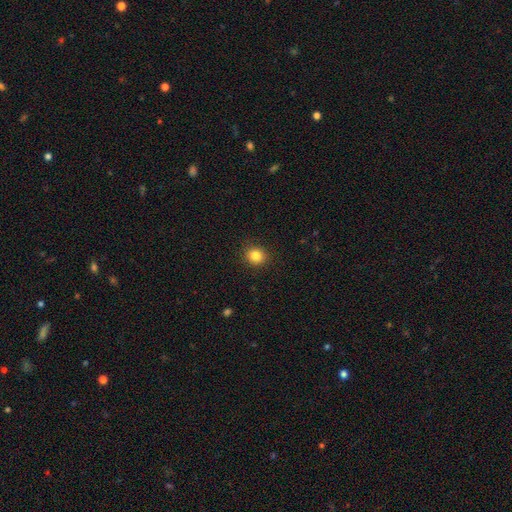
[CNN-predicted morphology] smooth_or_featured: smooth (p=0.84) [alt: star or artifact p=0.11]
how_rounded: round (p=0.87) [alt: in between p=0.12]
merging: none (p=0.91) [alt: minor disturbance p=0.06]